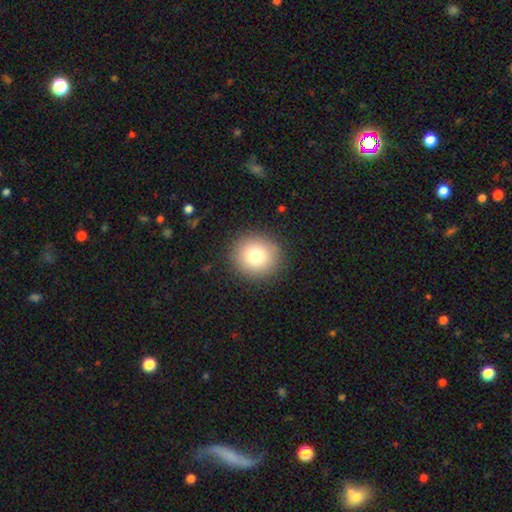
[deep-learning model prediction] A smooth galaxy with no disk features (80%) that is round (91%). Merging: none (90%).